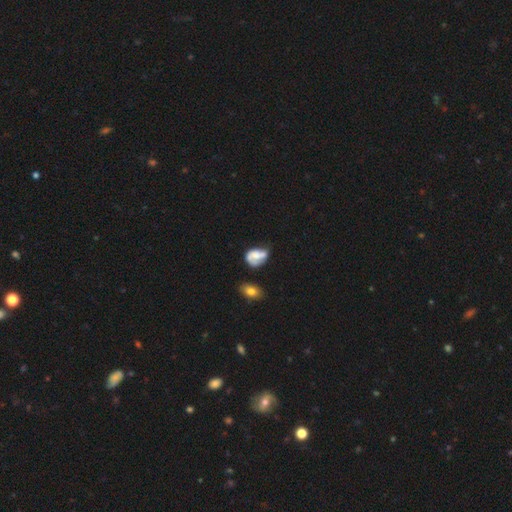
Smooth or featured?
  - featured or disk: 54% *
  - smooth: 41%
  - star or artifact: 5%
Edge-on disk?
  - no: 90% *
  - yes: 10%
Bar?
  - no: 58% *
  - weak: 26%
  - strong: 16%
Spiral arms?
  - yes: 74% *
  - no: 26%
Spiral winding?
  - medium: 71% *
  - loose: 29%
  - tight: 0%
Spiral arm count?
  - 2: 71% *
  - 1: 14%
  - can't tell: 14%
  - 3: 0%
  - 4: 0%
  - more than 4: 0%
Bulge size?
  - none: 37% *
  - large: 21%
  - moderate: 21%
  - dominant: 11%
  - small: 11%
Merging?
  - none: 43% *
  - minor disturbance: 27%
  - major disturbance: 24%
  - merger: 5%